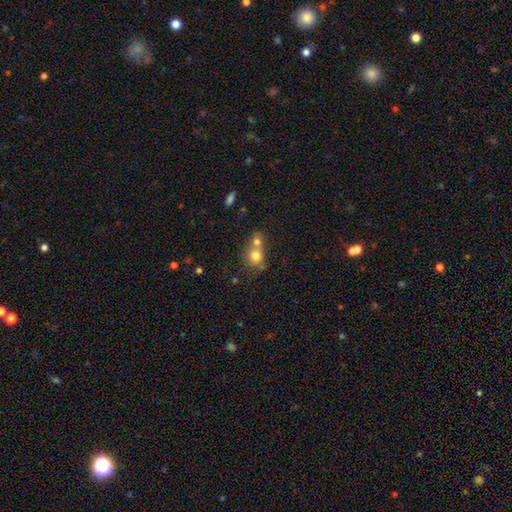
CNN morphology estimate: type=smooth (76%); roundness=round (79%); merging=merger (56%).